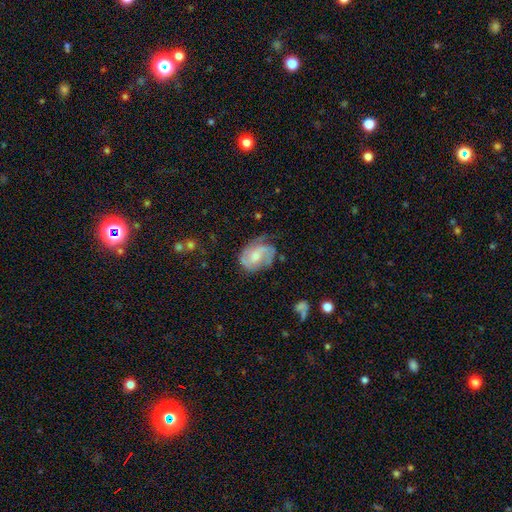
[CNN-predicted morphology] This appears to be a featured or disk galaxy (66%) with no bar (57%), 2 (62%) medium (45%) spiral arms (85%) and a moderate central bulge (46%). Merging: none (53%).